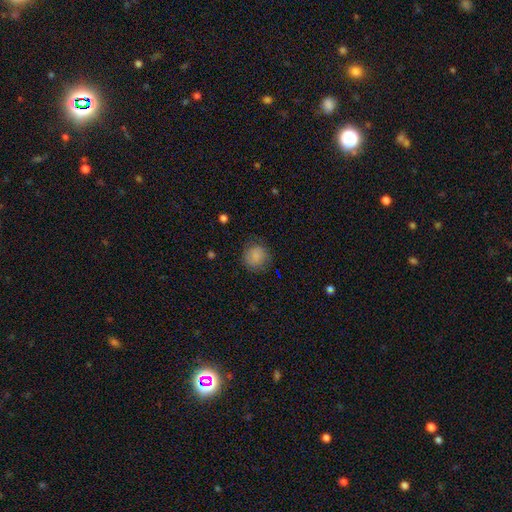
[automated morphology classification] A smooth galaxy with no disk features (84%) that is round (87%).

Vote fractions:
- Smooth or featured? smooth: 84% / star or artifact: 9% / featured or disk: 7%
- How rounded? round: 87% / in between: 12% / cigar-shaped: 1%
- Merging? none: 79% / minor disturbance: 15% / major disturbance: 5% / merger: 1%